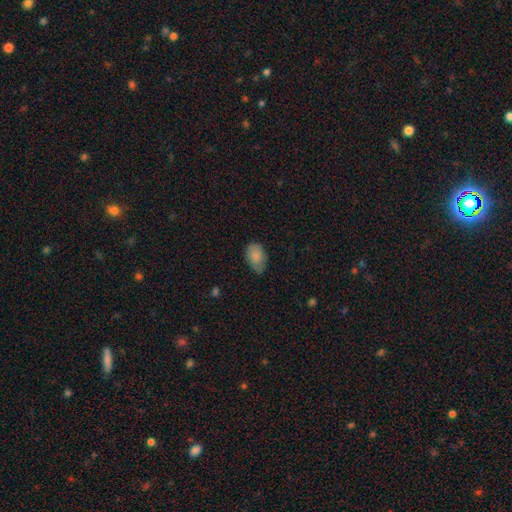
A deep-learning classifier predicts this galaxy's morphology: type=smooth (83%); roundness=in between (89%); merging=none (58%).